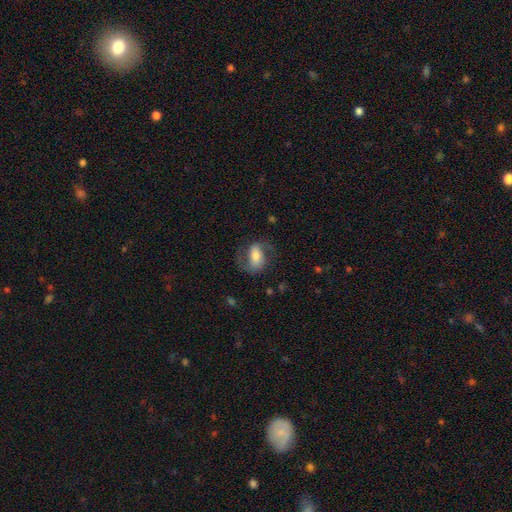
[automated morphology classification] Overall: featured or disk (59%; smooth 34%). Edge-on disk: no (96%). Bar: weak (35%; strong 34%). Spiral arms: yes (86%). Bulge size: moderate (51%; small 22%). Merging: none (67%).